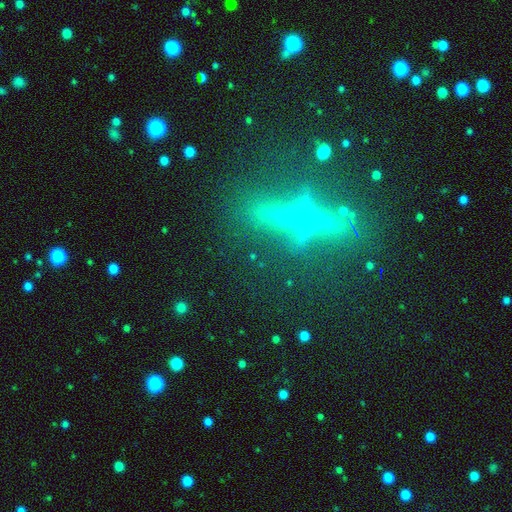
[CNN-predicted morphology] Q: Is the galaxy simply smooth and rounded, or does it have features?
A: featured or disk — 75%.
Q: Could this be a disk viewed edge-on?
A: yes — 93%.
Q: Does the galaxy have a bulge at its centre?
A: rounded — 91%.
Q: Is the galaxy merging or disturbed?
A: none — 83%.